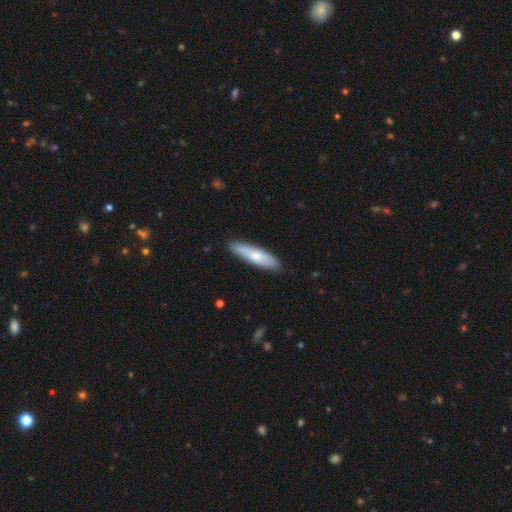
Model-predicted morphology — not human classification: A smooth galaxy with no disk features (69%) that is cigar-shaped (75%).

Vote fractions:
- Smooth or featured? smooth: 69% / featured or disk: 26% / star or artifact: 5%
- How rounded? cigar-shaped: 75% / in between: 23% / round: 2%
- Merging? none: 85% / minor disturbance: 12% / major disturbance: 2% / merger: 1%